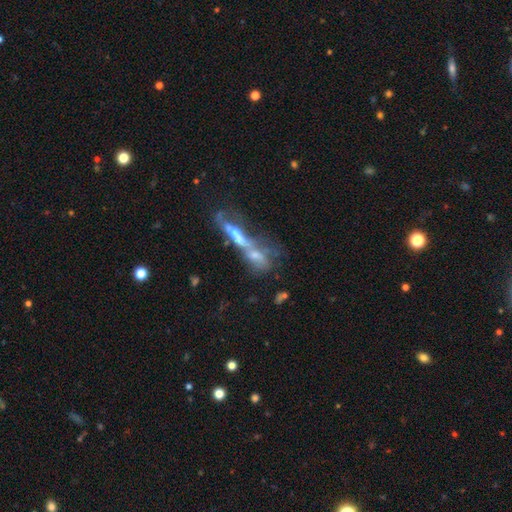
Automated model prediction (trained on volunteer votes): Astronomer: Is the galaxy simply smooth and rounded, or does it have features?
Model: featured or disk — 51% (runner-up: smooth, 36%).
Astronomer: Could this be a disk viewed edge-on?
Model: no — 72%.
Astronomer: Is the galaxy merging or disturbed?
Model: merger — 62%.